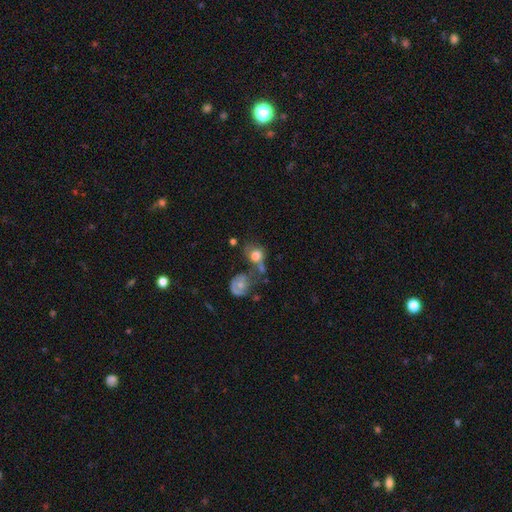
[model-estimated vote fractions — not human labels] smooth 64%, featured or disk 26%, star or artifact 9%. Down the decision tree: how rounded — round (61%); merging — merger (44%).